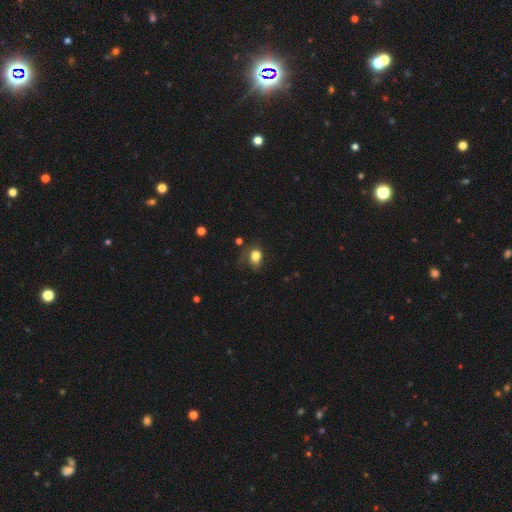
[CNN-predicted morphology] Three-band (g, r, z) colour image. It shows a smooth galaxy with no disk features (79%) that is in between round and cigar-shaped (65%). Merging: none (42%).